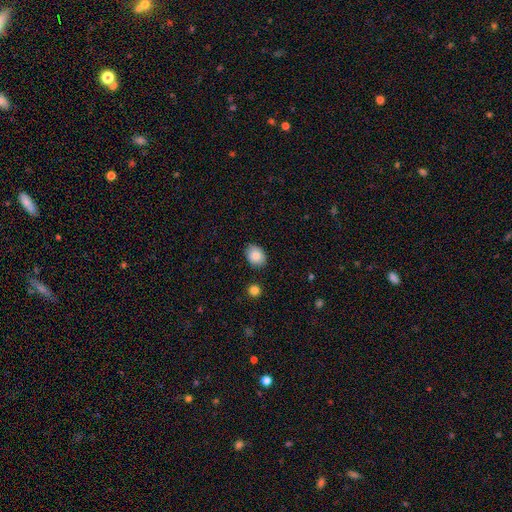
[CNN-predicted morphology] smooth_or_featured: smooth (p=0.86) [alt: star or artifact p=0.08]
how_rounded: in between (p=0.67) [alt: round p=0.32]
merging: none (p=0.85) [alt: minor disturbance p=0.11]